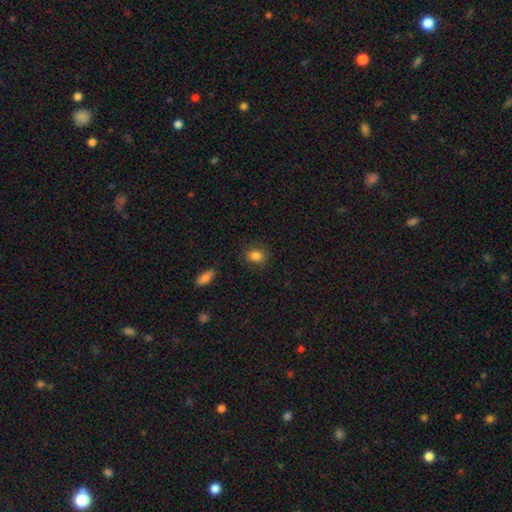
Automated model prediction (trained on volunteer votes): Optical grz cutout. It shows a smooth galaxy with no disk features (84%) that is round (61%). Merging: none (83%).